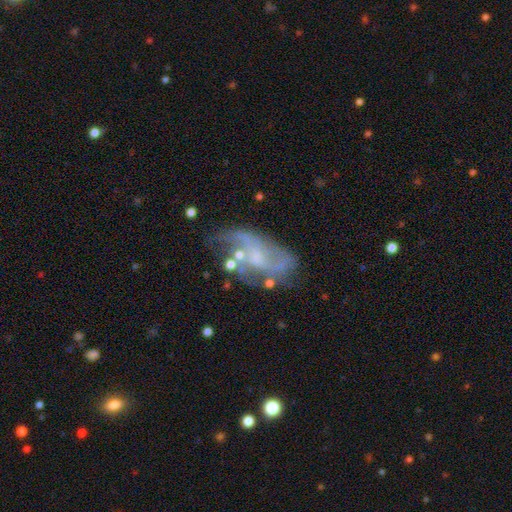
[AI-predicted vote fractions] Morphology: type=featured or disk (77%); edge-on=no (96%); bar=no (57%); spiral arms=yes (81%); winding=loose (43%); arm count=2 (34%); bulge=small (45%); merging=none (48%).